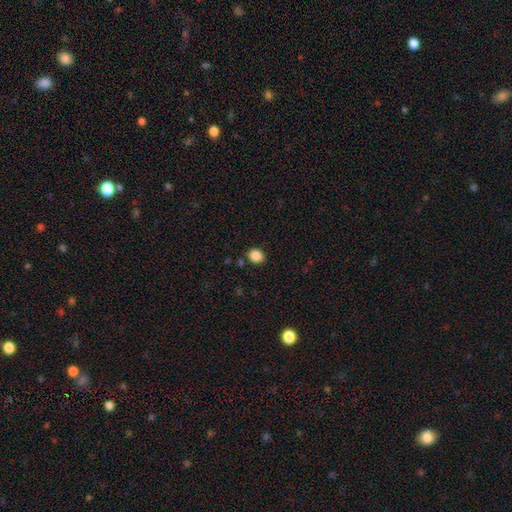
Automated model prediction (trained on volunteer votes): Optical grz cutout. It shows a smooth galaxy with no disk features (87%) that is round (61%). Merging: none (86%).